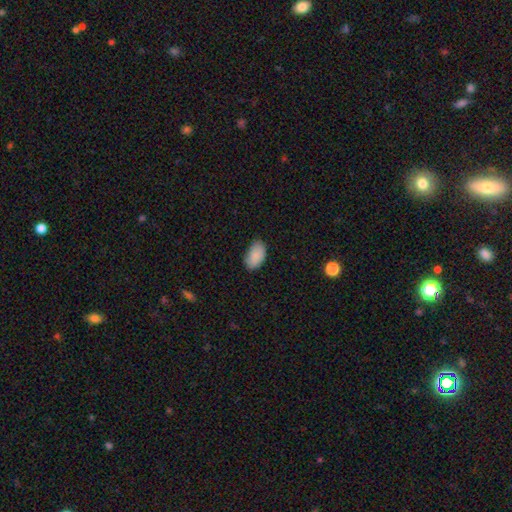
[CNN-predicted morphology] This appears to be a smooth galaxy with no disk features (88%) that is in between round and cigar-shaped (94%). Merging: none (78%).